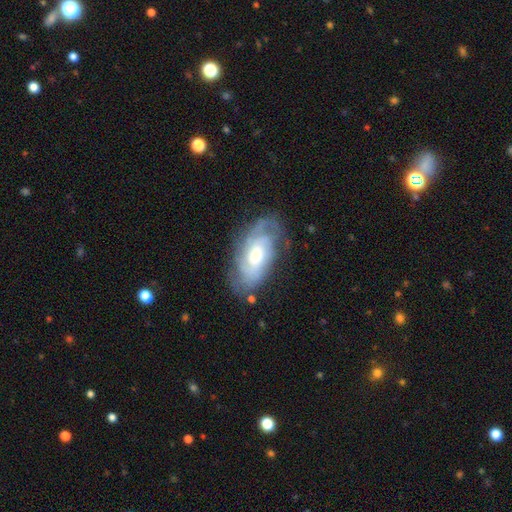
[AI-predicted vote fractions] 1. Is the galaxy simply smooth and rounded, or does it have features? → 77% featured or disk, 17% smooth, 6% star or artifact.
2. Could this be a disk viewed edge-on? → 94% no, 6% yes.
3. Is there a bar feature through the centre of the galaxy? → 63% no, 31% weak, 6% strong.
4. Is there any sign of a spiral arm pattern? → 92% yes, 8% no.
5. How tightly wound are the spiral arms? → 55% tight, 34% medium, 11% loose.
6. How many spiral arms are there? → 38% can't tell, 27% 2, 17% 3, 8% 4, 5% 1, 4% more than 4.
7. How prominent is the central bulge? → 57% moderate, 27% small, 13% large, 2% none, 1% dominant.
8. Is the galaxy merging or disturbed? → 70% none, 20% minor disturbance, 9% major disturbance, 2% merger.